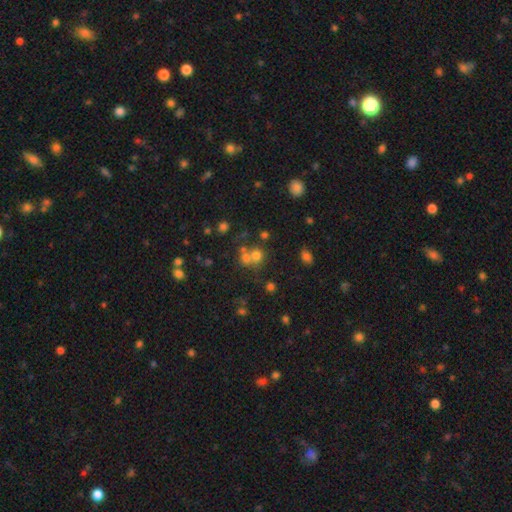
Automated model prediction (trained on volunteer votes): A smooth galaxy with no disk features (64%) that is round (81%). Merging: merger (46%).